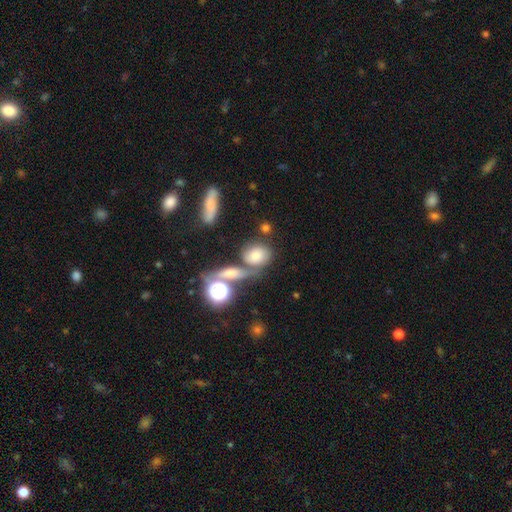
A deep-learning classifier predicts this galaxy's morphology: A smooth galaxy with no disk features (64%) that is in between round and cigar-shaped (51%).

Vote fractions:
- Smooth or featured? smooth: 64% / featured or disk: 21% / star or artifact: 14%
- How rounded? in between: 51% / round: 45% / cigar-shaped: 4%
- Merging? none: 43% / merger: 33% / minor disturbance: 15% / major disturbance: 9%